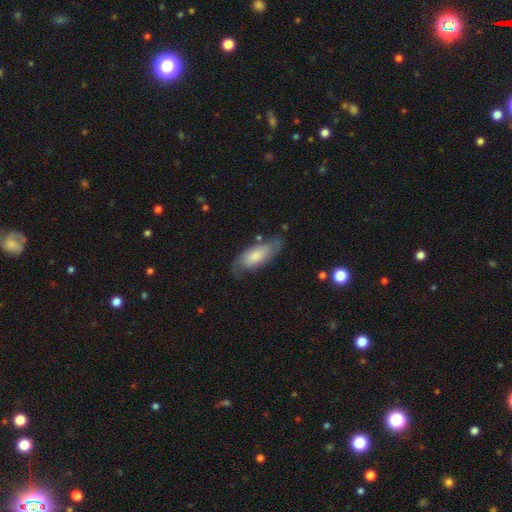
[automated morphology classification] This is possibly a featured or disk galaxy (49%). Merging: likely none (65%).